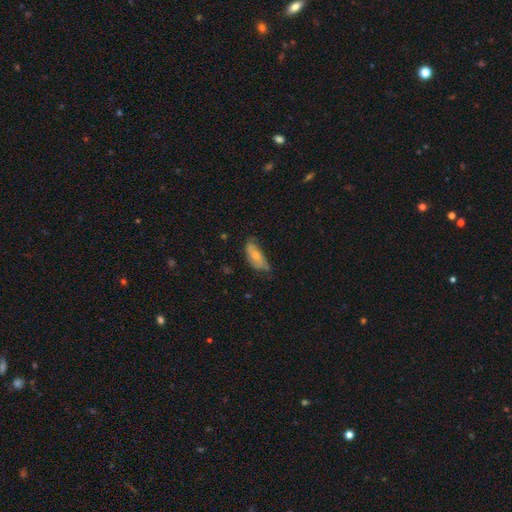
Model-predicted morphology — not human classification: A smooth galaxy with no disk features (54%) that is in between round and cigar-shaped (84%).

Vote fractions:
- Smooth or featured? smooth: 54% / featured or disk: 39% / star or artifact: 7%
- How rounded? in between: 84% / cigar-shaped: 13% / round: 3%
- Merging? none: 54% / minor disturbance: 35% / major disturbance: 9% / merger: 2%